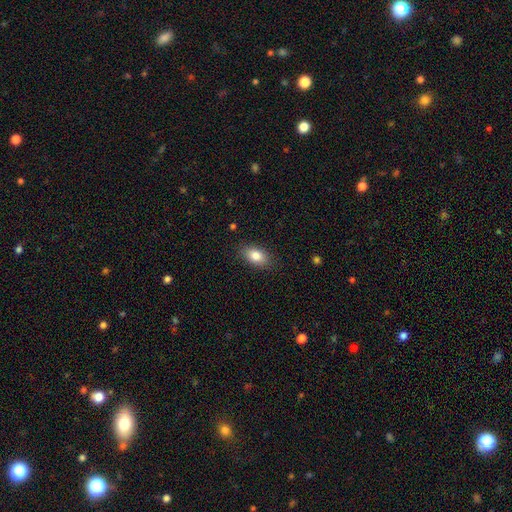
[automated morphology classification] type=smooth (84%); roundness=in between (88%); merging=none (85%).